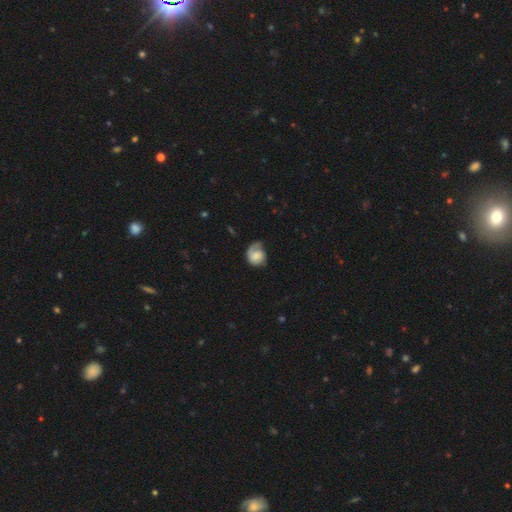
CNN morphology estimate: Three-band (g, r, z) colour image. It shows a featured or disk galaxy (47%). Merging: none (43%).